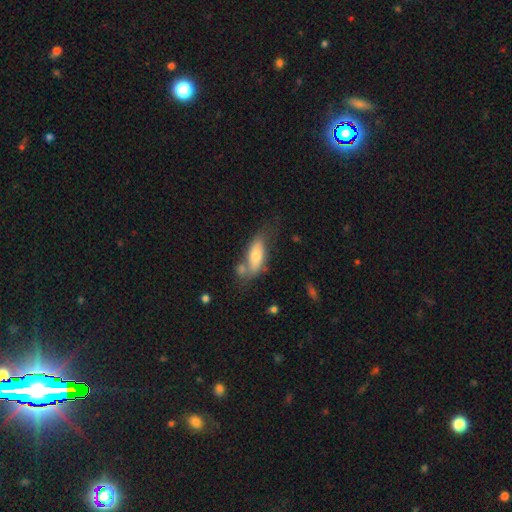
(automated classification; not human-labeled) Overall: smooth (64%; featured or disk 30%). How rounded: in between (76%). Merging: none (44%; merger 23%).